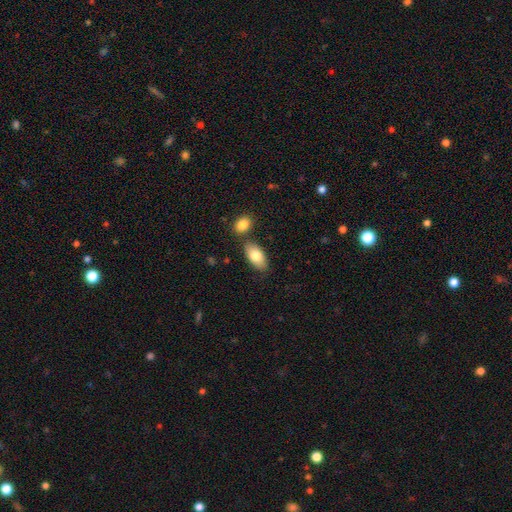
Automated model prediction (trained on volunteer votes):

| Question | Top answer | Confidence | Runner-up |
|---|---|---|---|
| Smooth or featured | smooth | 81% | featured or disk (13%) |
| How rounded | in between | 93% | cigar-shaped (4%) |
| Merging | none | 74% | merger (12%) |